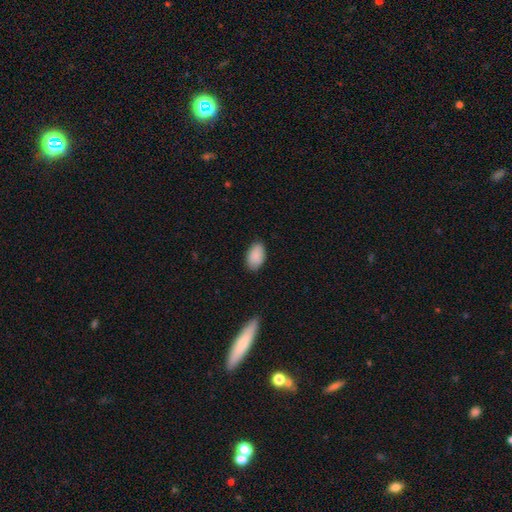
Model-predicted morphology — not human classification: The model was most divided on "merging": none: 84%, minor disturbance: 12%, major disturbance: 2%, merger: 1%. More confident: how rounded — in between (93%); smooth or featured — smooth (89%).